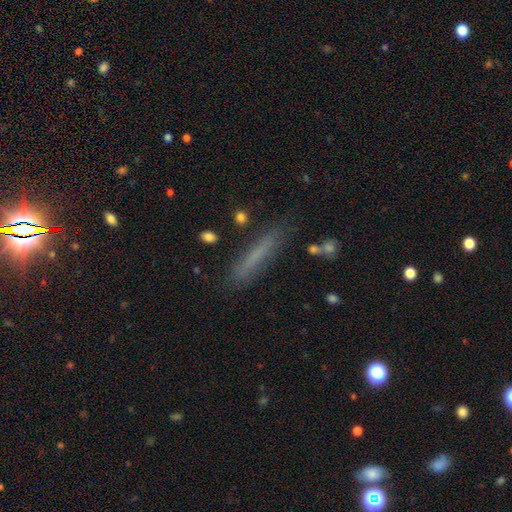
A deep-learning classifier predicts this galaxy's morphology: A smooth galaxy with no disk features (65%) that is cigar-shaped (92%).

Vote fractions:
- Smooth or featured? smooth: 65% / featured or disk: 24% / star or artifact: 11%
- How rounded? cigar-shaped: 92% / in between: 7% / round: 2%
- Merging? none: 82% / minor disturbance: 12% / major disturbance: 3% / merger: 2%